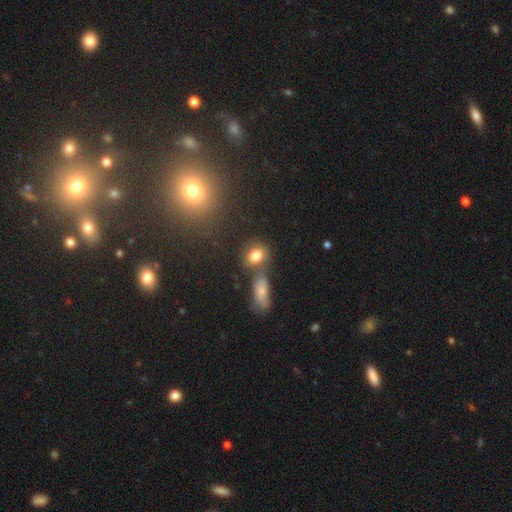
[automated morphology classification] The model was most divided on "how rounded": in between: 51%, round: 46%, cigar-shaped: 3%. More confident: smooth or featured — smooth (77%); merging — none (56%).